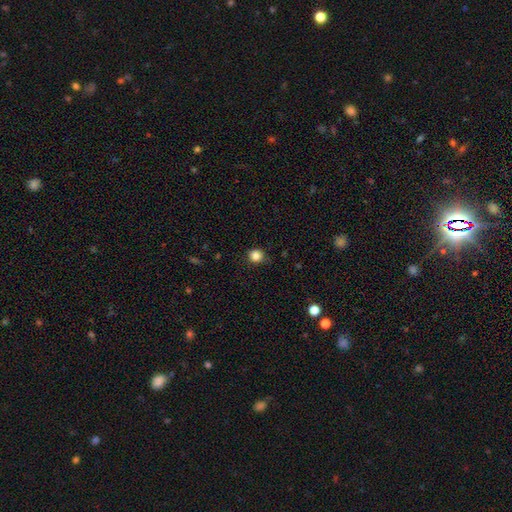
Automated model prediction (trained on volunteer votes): A smooth galaxy with no disk features (84%) that is round (89%).

Vote fractions:
- Smooth or featured? smooth: 84% / star or artifact: 12% / featured or disk: 4%
- How rounded? round: 89% / in between: 10% / cigar-shaped: 1%
- Merging? none: 81% / minor disturbance: 15% / major disturbance: 3% / merger: 1%